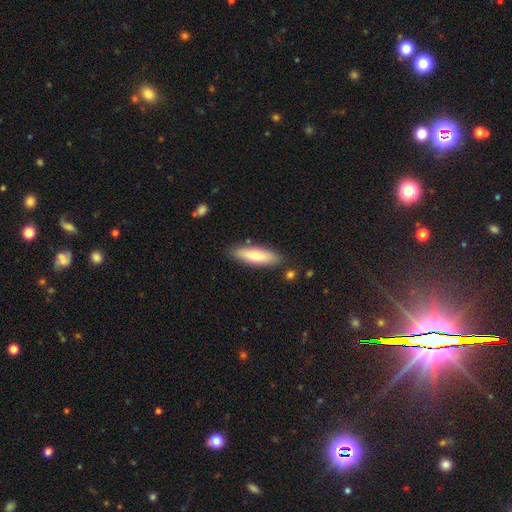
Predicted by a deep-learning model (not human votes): Smooth or featured? Predicted: smooth (p=0.72). How rounded? Predicted: cigar-shaped (p=0.56). Merging? Predicted: none (p=0.85).